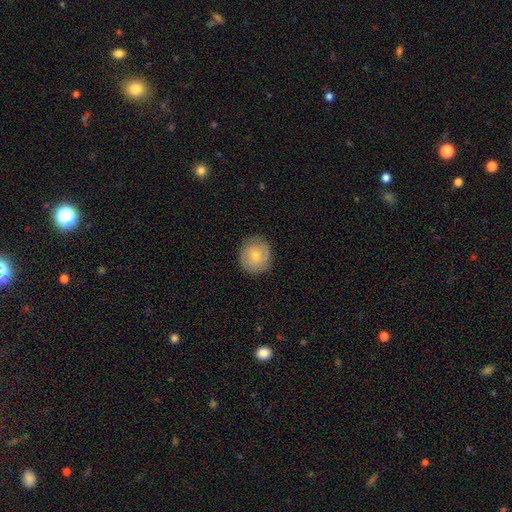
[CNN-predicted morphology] Overall: smooth (66%; featured or disk 27%). How rounded: round (88%). Merging: none (86%).